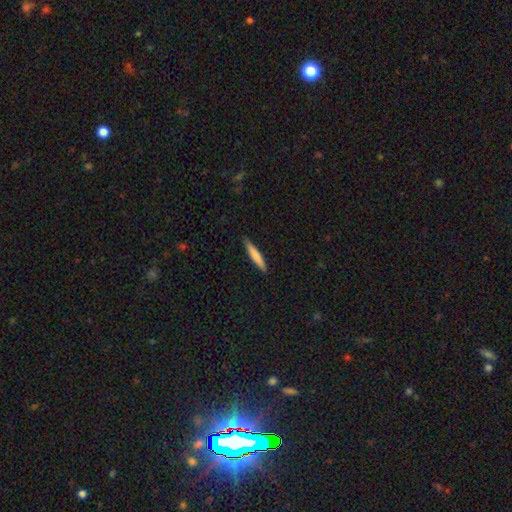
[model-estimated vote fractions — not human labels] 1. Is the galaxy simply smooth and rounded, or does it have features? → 75% smooth, 19% featured or disk, 5% star or artifact.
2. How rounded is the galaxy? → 92% cigar-shaped, 7% in between, 1% round.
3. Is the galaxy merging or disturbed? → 89% none, 8% minor disturbance, 2% major disturbance, 1% merger.